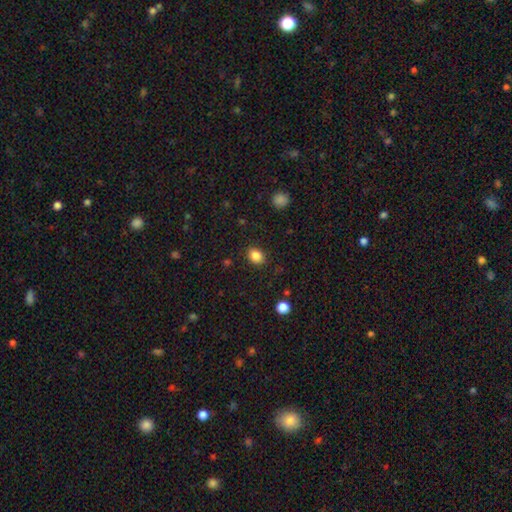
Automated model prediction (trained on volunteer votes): Smooth or featured? smooth (86%)
How rounded? in between (55%)
Merging? none (86%)